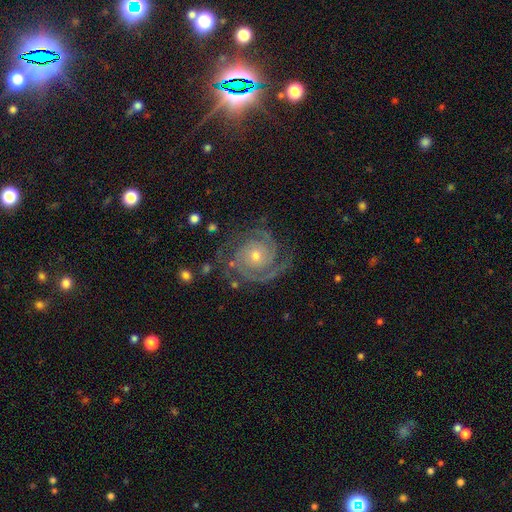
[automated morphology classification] A featured or disk galaxy (91%) with no bar (78%), 2 (59%) tight (70%) spiral arms (98%) and a small central bulge (51%).

Vote fractions:
- Smooth or featured? featured or disk: 91% / star or artifact: 5% / smooth: 4%
- Edge-on disk? no: 98% / yes: 2%
- Bar? no: 78% / weak: 17% / strong: 5%
- Spiral arms? yes: 98% / no: 2%
- Spiral winding? tight: 70% / medium: 25% / loose: 4%
- Spiral arm count? 2: 59% / 3: 19% / can't tell: 10% / 4: 4% / 1: 4% / more than 4: 4%
- Bulge size? small: 51% / moderate: 46% / large: 2% / none: 1% / dominant: 1%
- Merging? none: 77% / minor disturbance: 14% / major disturbance: 7% / merger: 2%